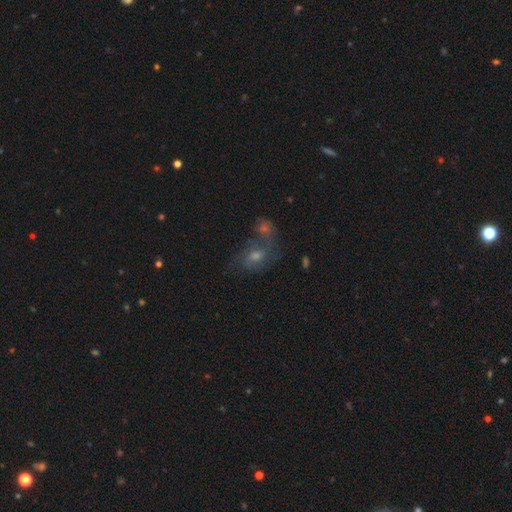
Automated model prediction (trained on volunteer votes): Smooth or featured?
  - featured or disk: 45% *
  - smooth: 34%
  - star or artifact: 21%
Merging?
  - none: 39% * (tied)
  - merger: 39% * (tied)
  - minor disturbance: 12%
  - major disturbance: 10%